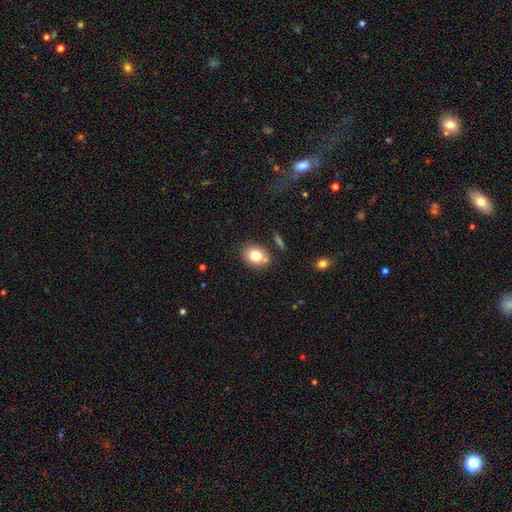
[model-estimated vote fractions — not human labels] Q: Smooth or featured?
A: smooth (79%); runner-up: featured or disk (12%)
Q: How rounded?
A: in between (60%); runner-up: round (38%)
Q: Merging?
A: none (74%); runner-up: minor disturbance (14%)